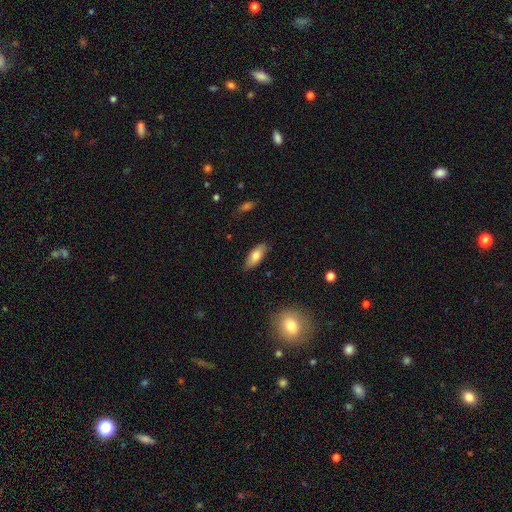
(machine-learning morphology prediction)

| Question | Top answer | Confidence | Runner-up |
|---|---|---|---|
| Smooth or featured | smooth | 77% | featured or disk (17%) |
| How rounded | in between | 80% | cigar-shaped (18%) |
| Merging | none | 85% | minor disturbance (12%) |